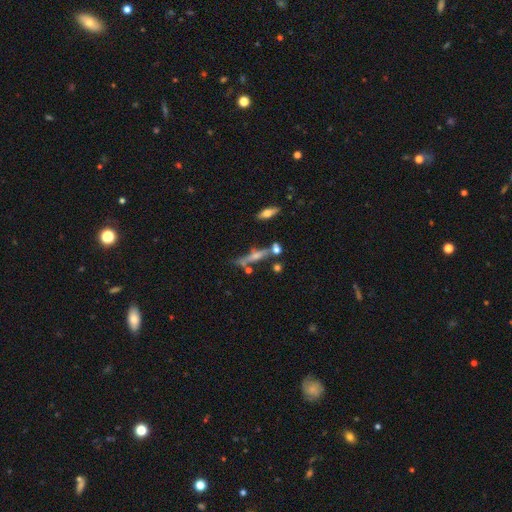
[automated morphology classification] featured or disk 62%, smooth 25%, star or artifact 13%. Down the decision tree: edge-on disk — yes (89%); edge-on bulge — rounded (77%); merging — none (61%).